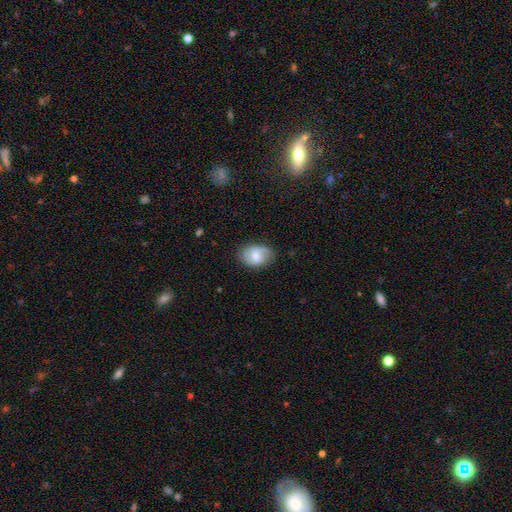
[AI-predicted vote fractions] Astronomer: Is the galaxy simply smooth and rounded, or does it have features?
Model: smooth — 50% (runner-up: featured or disk, 43%).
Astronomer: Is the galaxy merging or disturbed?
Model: none — 72%.